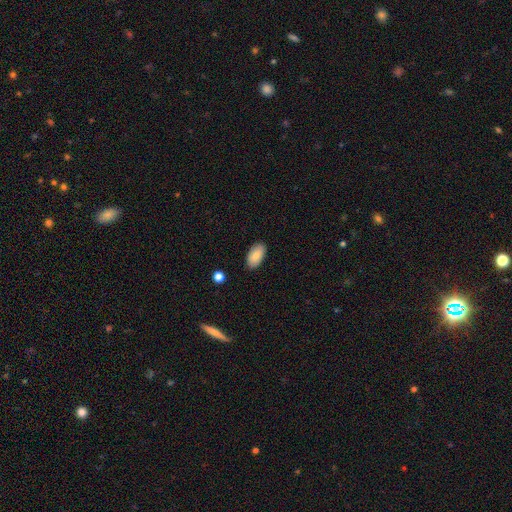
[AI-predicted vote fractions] smooth_or_featured: smooth (p=0.80) [alt: featured or disk p=0.13]
how_rounded: in between (p=0.95) [alt: round p=0.03]
merging: none (p=0.87) [alt: minor disturbance p=0.10]